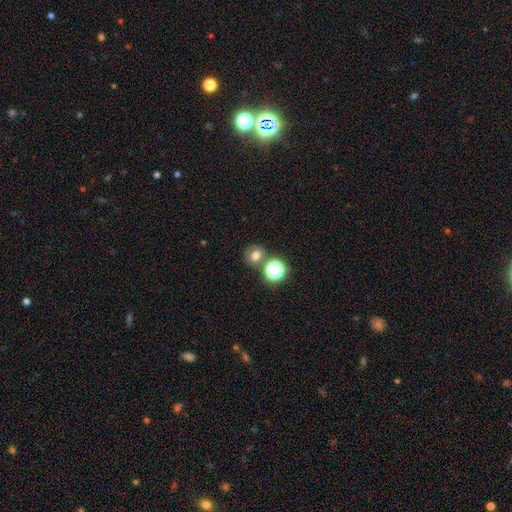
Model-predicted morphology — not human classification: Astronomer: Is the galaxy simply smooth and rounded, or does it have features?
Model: smooth — 69%.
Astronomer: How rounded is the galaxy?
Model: round — 81%.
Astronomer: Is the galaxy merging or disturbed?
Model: none — 69%.